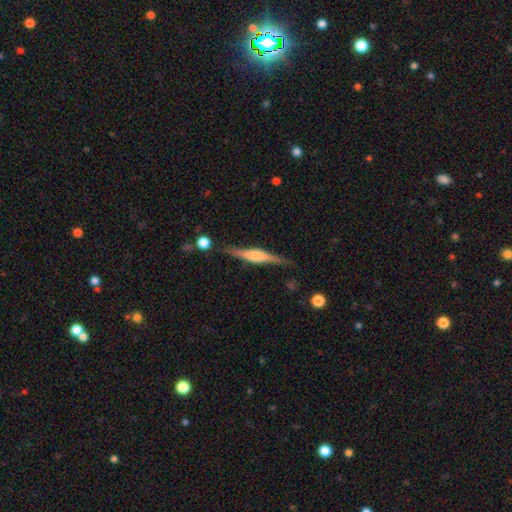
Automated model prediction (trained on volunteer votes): Smooth or featured?
  - featured or disk: 72% *
  - smooth: 22%
  - star or artifact: 6%
Edge-on disk?
  - yes: 97% *
  - no: 3%
Edge-on bulge?
  - rounded: 77% *
  - boxy: 18%
  - none: 5%
Merging?
  - none: 83% *
  - minor disturbance: 12%
  - major disturbance: 3%
  - merger: 2%